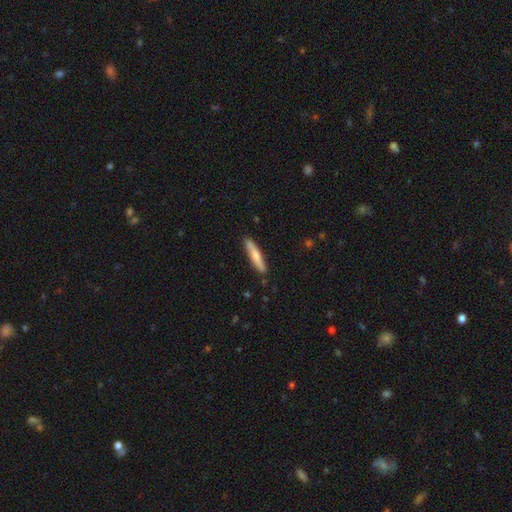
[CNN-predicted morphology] Smooth or featured: smooth — 65% (featured or disk — 30%)
How rounded: cigar-shaped — 88% (in between — 10%)
Merging: none — 87% (minor disturbance — 10%)